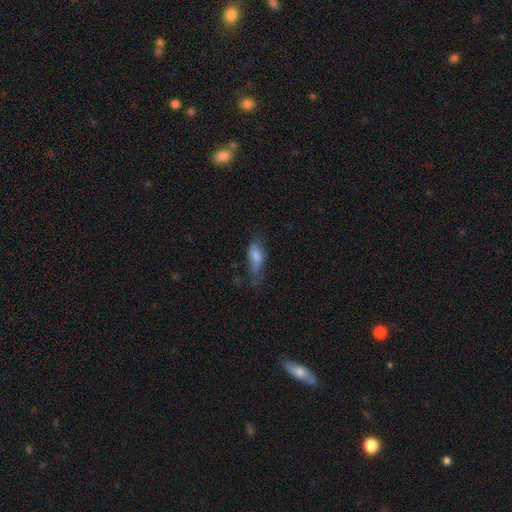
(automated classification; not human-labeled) smooth 57%, featured or disk 32%, star or artifact 11%. Down the decision tree: how rounded — in between (54%); merging — none (55%).